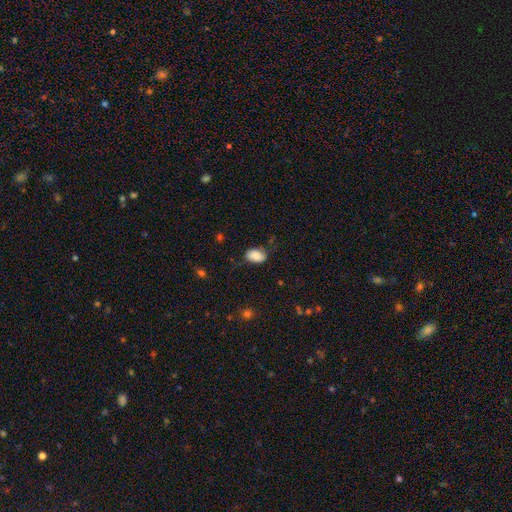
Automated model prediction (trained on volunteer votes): A smooth galaxy with no disk features (87%) that is in between round and cigar-shaped (89%). Merging: none (70%).